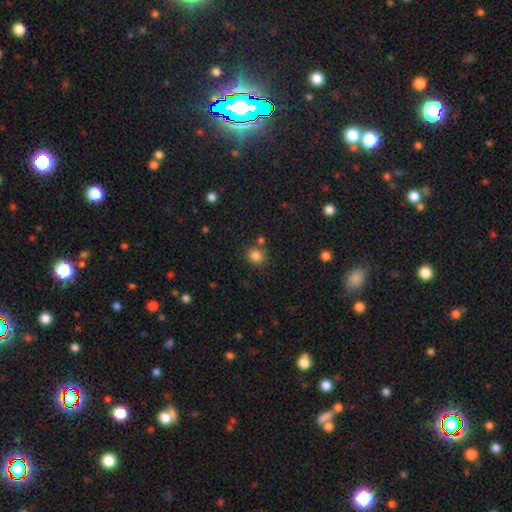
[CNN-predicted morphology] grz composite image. It shows a smooth galaxy with no disk features (83%) that is round (83%). Merging: none (75%).